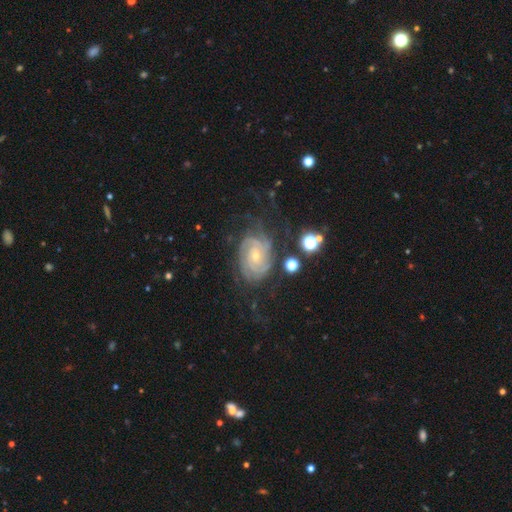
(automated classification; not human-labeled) Smooth or featured?
  - featured or disk: 85% *
  - star or artifact: 8%
  - smooth: 7%
Edge-on disk?
  - no: 97% *
  - yes: 3%
Bar?
  - no: 70% *
  - weak: 24%
  - strong: 7%
Spiral arms?
  - yes: 96% *
  - no: 4%
Spiral winding?
  - tight: 73% *
  - medium: 22%
  - loose: 5%
Spiral arm count?
  - can't tell: 34% *
  - 2: 21%
  - 3: 17%
  - 4: 15%
  - more than 4: 7%
  - 1: 6%
Bulge size?
  - small: 68% *
  - moderate: 29%
  - none: 1%
  - large: 1%
  - dominant: 1%
Merging?
  - none: 64% *
  - minor disturbance: 20%
  - major disturbance: 14%
  - merger: 3%